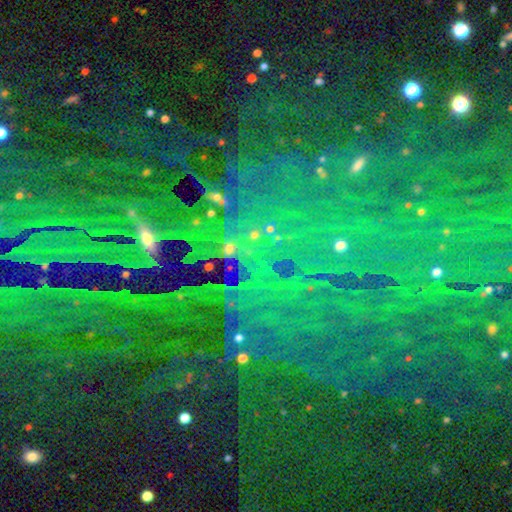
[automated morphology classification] Smooth or featured? star or artifact (70%)